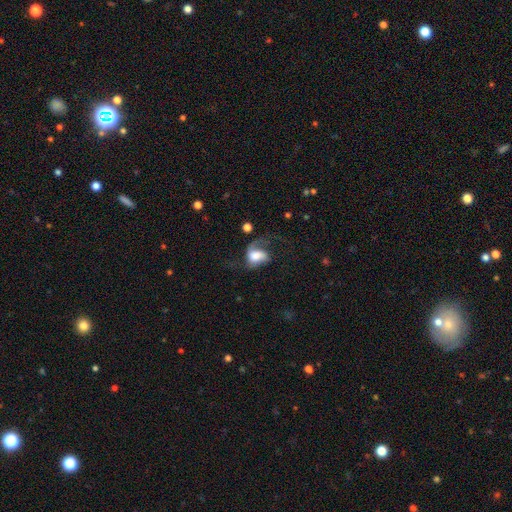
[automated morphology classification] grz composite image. It shows a featured or disk galaxy (54%) with no bar (53%), spiral arms (85%) and a large central bulge (43%). Merging: major disturbance (43%).